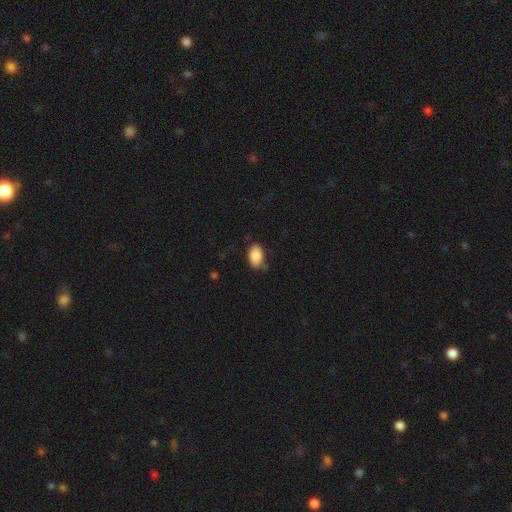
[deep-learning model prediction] A smooth galaxy with no disk features (88%) that is in between round and cigar-shaped (91%).

Vote fractions:
- Smooth or featured? smooth: 88% / star or artifact: 7% / featured or disk: 5%
- How rounded? in between: 91% / round: 8% / cigar-shaped: 1%
- Merging? none: 77% / minor disturbance: 17% / major disturbance: 4% / merger: 2%